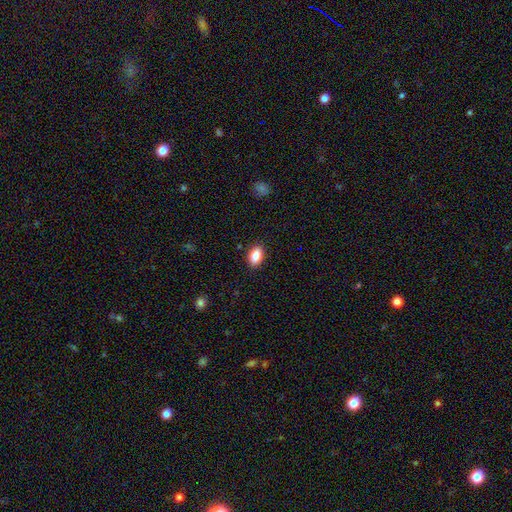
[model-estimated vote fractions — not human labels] A smooth galaxy with no disk features (86%) that is in between round and cigar-shaped (90%).

Vote fractions:
- Smooth or featured? smooth: 86% / star or artifact: 8% / featured or disk: 6%
- How rounded? in between: 90% / round: 8% / cigar-shaped: 2%
- Merging? none: 89% / minor disturbance: 8% / major disturbance: 2% / merger: 1%